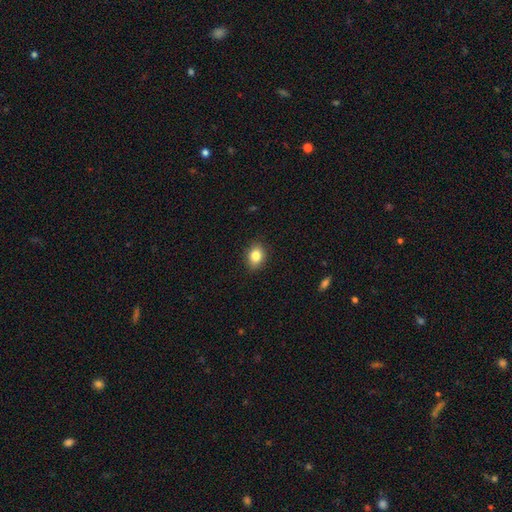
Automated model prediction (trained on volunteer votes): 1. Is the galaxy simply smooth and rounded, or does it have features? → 83% smooth, 9% star or artifact, 7% featured or disk.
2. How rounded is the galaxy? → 62% in between, 37% round, 1% cigar-shaped.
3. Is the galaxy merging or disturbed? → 88% none, 9% minor disturbance, 2% major disturbance, 1% merger.